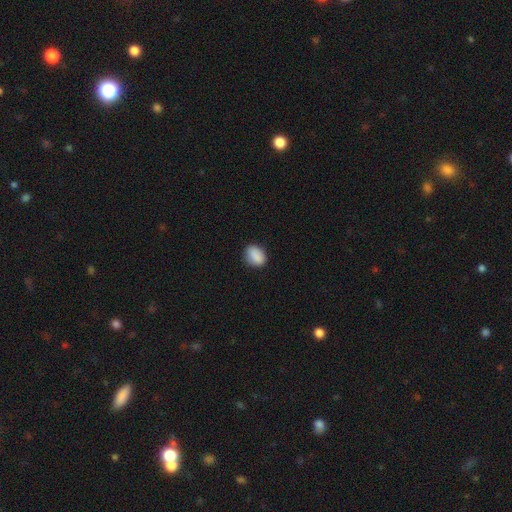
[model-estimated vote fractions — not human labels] smooth 88%, star or artifact 8%, featured or disk 4%. Down the decision tree: how rounded — in between (69%); merging — none (83%).